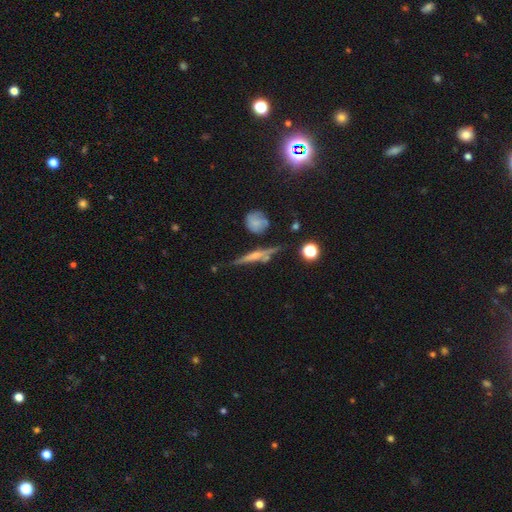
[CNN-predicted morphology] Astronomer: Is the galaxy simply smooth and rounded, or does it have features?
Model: featured or disk — 61%.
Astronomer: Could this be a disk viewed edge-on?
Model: yes — 92%.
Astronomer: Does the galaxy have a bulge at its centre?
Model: rounded — 49% (runner-up: none, 32%).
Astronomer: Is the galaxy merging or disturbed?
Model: none — 69%.